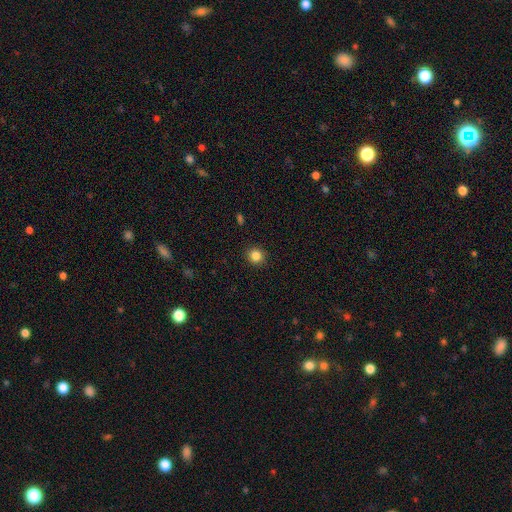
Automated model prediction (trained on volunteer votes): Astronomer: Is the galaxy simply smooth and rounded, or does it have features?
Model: smooth — 85%.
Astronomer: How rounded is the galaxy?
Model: round — 89%.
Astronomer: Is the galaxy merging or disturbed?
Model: none — 91%.